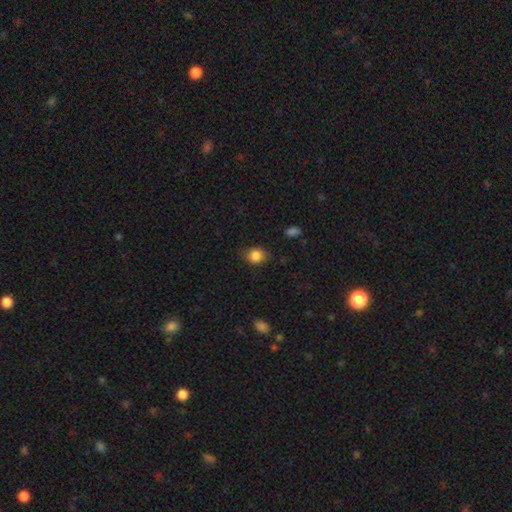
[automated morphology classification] Smooth or featured? Predicted: smooth (p=0.85). How rounded? Predicted: round (p=0.54). Merging? Predicted: none (p=0.76).